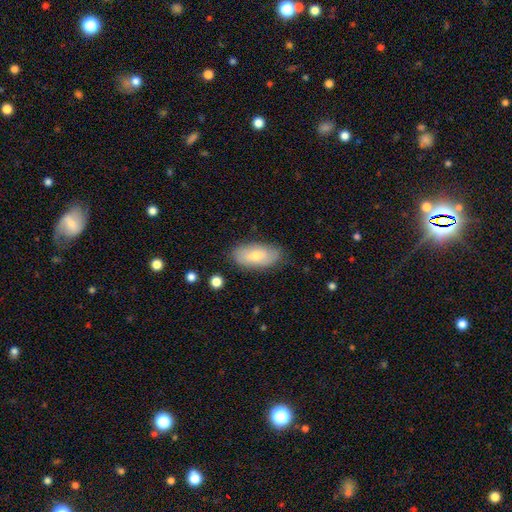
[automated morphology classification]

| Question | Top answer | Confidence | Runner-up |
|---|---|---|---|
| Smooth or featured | smooth | 67% | featured or disk (26%) |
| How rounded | in between | 91% | cigar-shaped (6%) |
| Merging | none | 82% | minor disturbance (14%) |